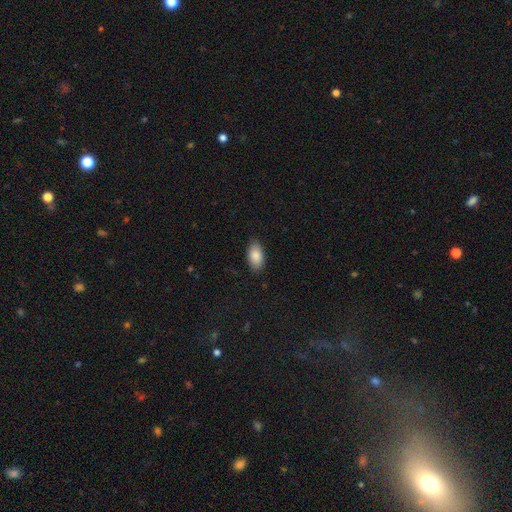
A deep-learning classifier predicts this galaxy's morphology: Smooth or featured?
  - smooth: 87% *
  - star or artifact: 7%
  - featured or disk: 6%
How rounded?
  - in between: 94% *
  - round: 3%
  - cigar-shaped: 3%
Merging?
  - none: 87% *
  - minor disturbance: 10%
  - major disturbance: 2%
  - merger: 1%